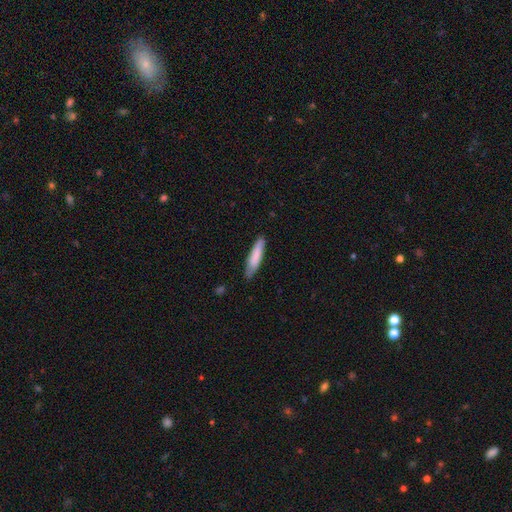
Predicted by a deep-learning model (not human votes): Smooth or featured? smooth (82%)
How rounded? cigar-shaped (81%)
Merging? none (79%)